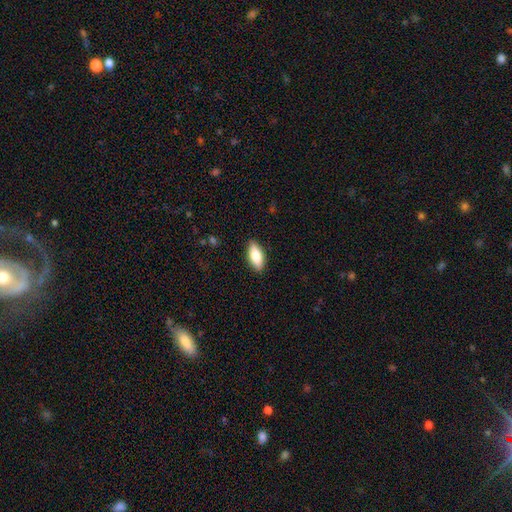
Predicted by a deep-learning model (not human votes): Smooth or featured?
  - smooth: 79% *
  - featured or disk: 15%
  - star or artifact: 6%
How rounded?
  - in between: 83% *
  - cigar-shaped: 14%
  - round: 3%
Merging?
  - none: 88% *
  - minor disturbance: 9%
  - major disturbance: 2%
  - merger: 1%